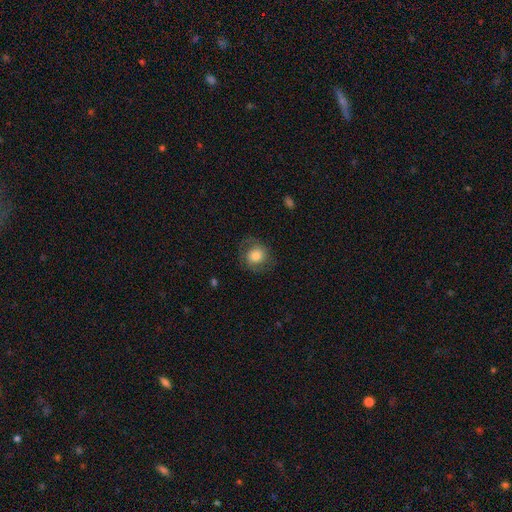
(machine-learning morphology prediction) The model was most divided on "smooth or featured": smooth: 64%, featured or disk: 27%, star or artifact: 9%. More confident: how rounded — round (81%); merging — none (73%).